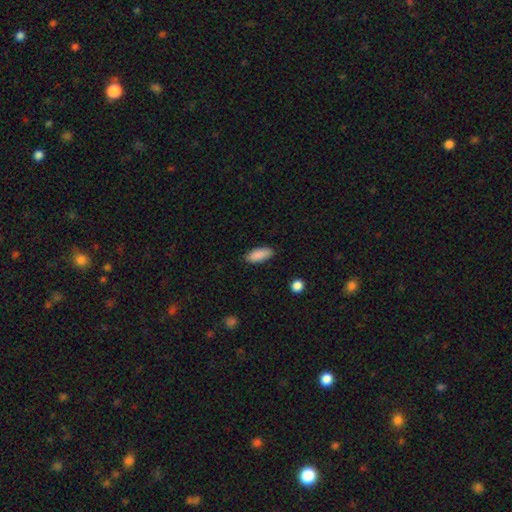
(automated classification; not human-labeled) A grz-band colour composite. It shows a smooth galaxy with no disk features (89%) that is in between round and cigar-shaped (82%). Merging: none (85%).